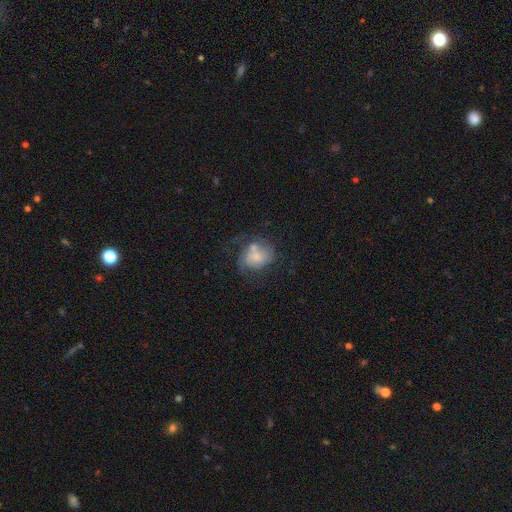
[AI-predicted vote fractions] Smooth or featured?
  - featured or disk: 52% *
  - smooth: 39%
  - star or artifact: 9%
Edge-on disk?
  - no: 97% *
  - yes: 3%
Bar?
  - no: 75% *
  - weak: 22%
  - strong: 4%
Spiral arms?
  - yes: 68% *
  - no: 32%
Bulge size?
  - small: 39% *
  - moderate: 36%
  - none: 13%
  - large: 9%
  - dominant: 3%
Merging?
  - none: 39% *
  - major disturbance: 24%
  - minor disturbance: 22%
  - merger: 15%